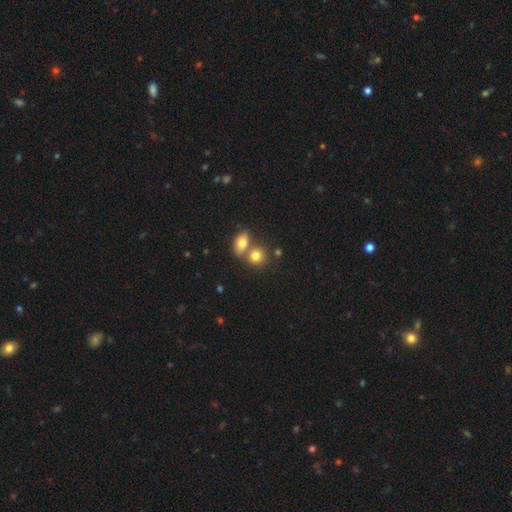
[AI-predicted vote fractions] A smooth galaxy with no disk features (80%) that is round (61%). Merging: none (47%).